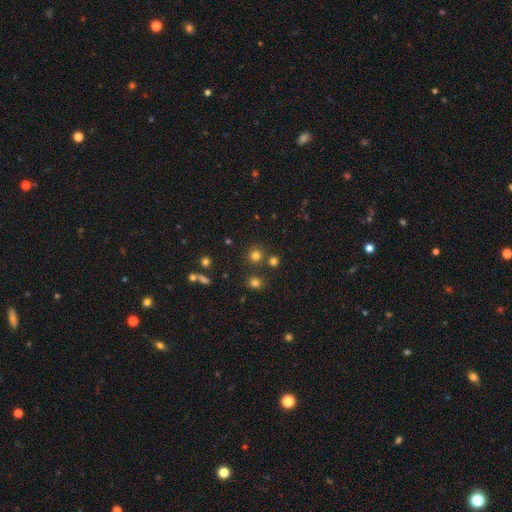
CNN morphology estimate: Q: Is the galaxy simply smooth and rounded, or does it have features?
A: smooth — 75%.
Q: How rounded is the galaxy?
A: round — 91%.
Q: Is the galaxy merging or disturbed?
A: none — 79%.